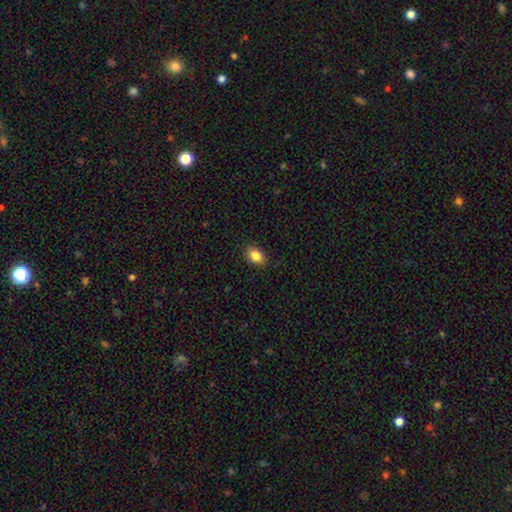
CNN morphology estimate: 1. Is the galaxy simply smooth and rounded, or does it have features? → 86% smooth, 8% star or artifact, 6% featured or disk.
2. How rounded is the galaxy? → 84% in between, 14% round, 2% cigar-shaped.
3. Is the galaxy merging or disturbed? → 87% none, 9% minor disturbance, 2% major disturbance, 1% merger.